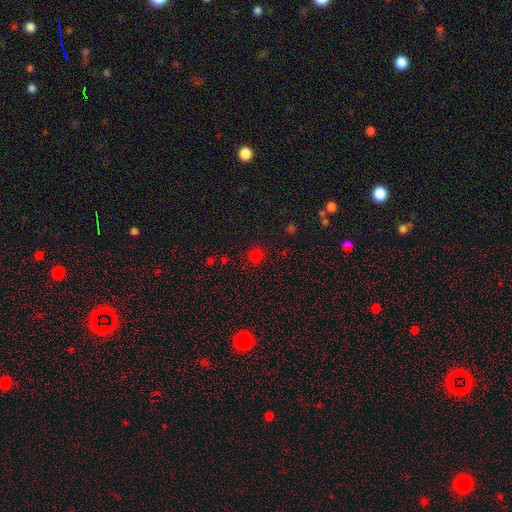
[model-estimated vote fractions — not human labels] Smooth or featured: smooth — 75% (star or artifact — 21%)
How rounded: round — 91% (in between — 8%)
Merging: none — 87% (minor disturbance — 8%)